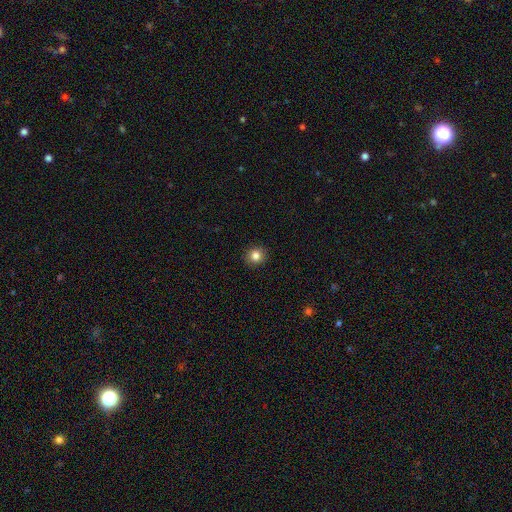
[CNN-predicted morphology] This appears to be a smooth galaxy with no disk features (83%) that is round (91%). Merging: none (93%).